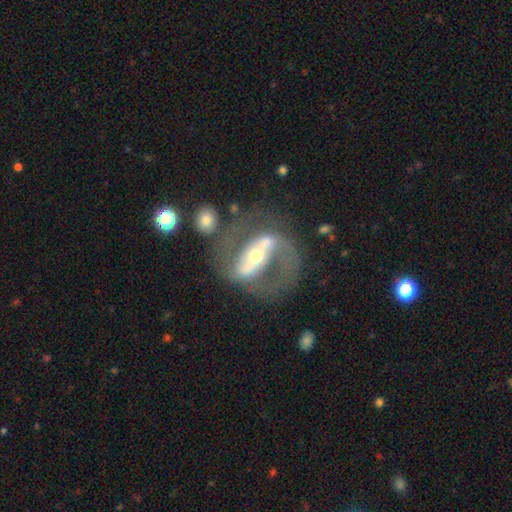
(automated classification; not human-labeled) Smooth or featured? featured or disk (86%)
Edge-on disk? no (93%)
Bar? strong (69%)
Spiral arms? yes (84%)
Spiral winding? medium (52%)
Spiral arm count? 2 (86%)
Bulge size? moderate (56%)
Merging? none (60%)